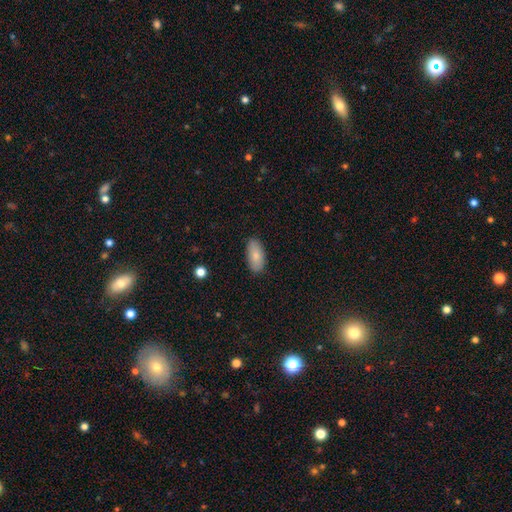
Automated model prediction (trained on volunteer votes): smooth_or_featured: smooth (p=0.83) [alt: featured or disk p=0.11]
how_rounded: in between (p=0.91) [alt: cigar-shaped p=0.07]
merging: none (p=0.86) [alt: minor disturbance p=0.11]